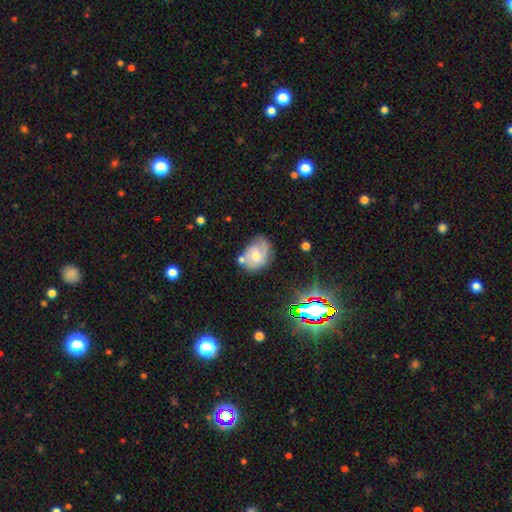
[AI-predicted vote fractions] This appears to be a featured or disk galaxy (54%) with no bar (62%), spiral arms (74%) and a moderate central bulge (64%). Merging: none (50%).